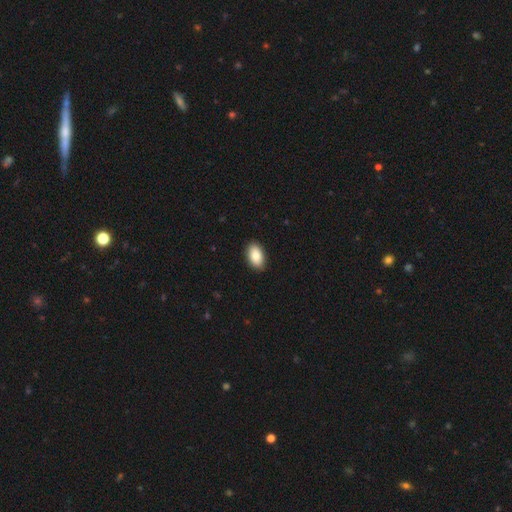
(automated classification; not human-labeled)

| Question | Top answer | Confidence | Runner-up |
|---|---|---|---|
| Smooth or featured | smooth | 85% | featured or disk (8%) |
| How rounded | in between | 92% | round (6%) |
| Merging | none | 88% | minor disturbance (9%) |